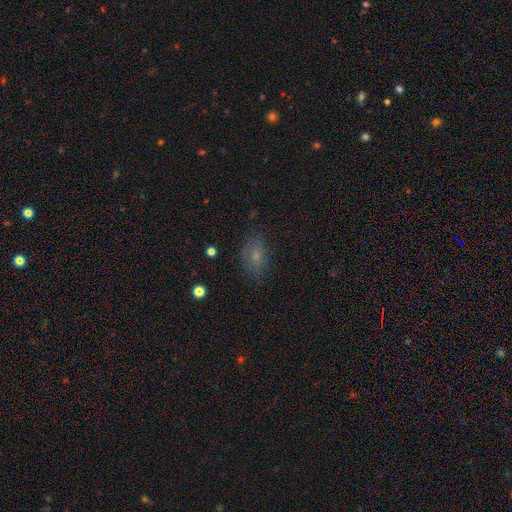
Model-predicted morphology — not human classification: smooth_or_featured: smooth (p=0.69) [alt: featured or disk p=0.16]
how_rounded: in between (p=0.84) [alt: round p=0.13]
merging: none (p=0.77) [alt: minor disturbance p=0.16]